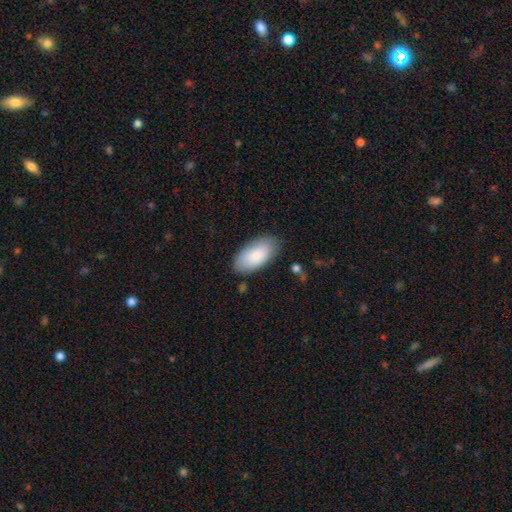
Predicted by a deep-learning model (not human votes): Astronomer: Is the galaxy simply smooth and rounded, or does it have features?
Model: smooth — 85%.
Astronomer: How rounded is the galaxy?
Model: in between — 94%.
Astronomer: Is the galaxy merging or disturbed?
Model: none — 82%.